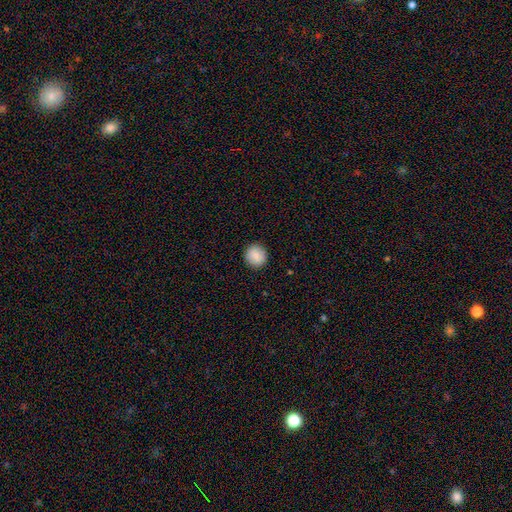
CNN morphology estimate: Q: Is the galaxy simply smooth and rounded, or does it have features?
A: smooth — 88%.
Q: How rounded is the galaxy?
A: round — 90%.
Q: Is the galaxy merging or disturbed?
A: none — 91%.